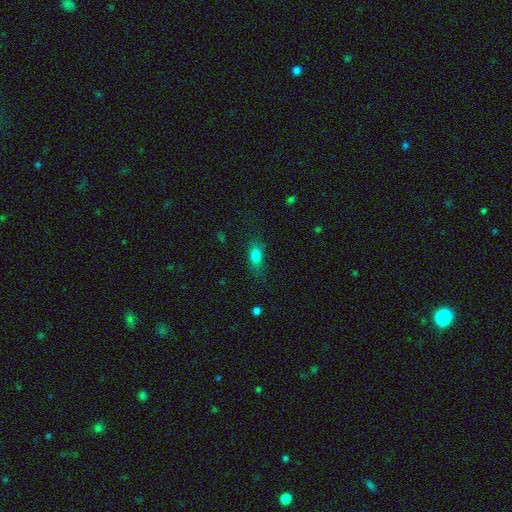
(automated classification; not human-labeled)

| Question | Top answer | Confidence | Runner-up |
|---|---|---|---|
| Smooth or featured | smooth | 78% | featured or disk (11%) |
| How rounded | in between | 74% | round (13%) |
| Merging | none | 74% | minor disturbance (18%) |